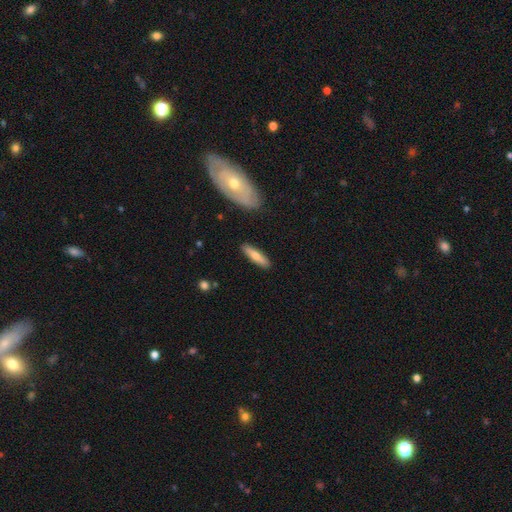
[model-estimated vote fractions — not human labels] smooth-or-featured: smooth: 64% | featured or disk: 30% | star or artifact: 6%
  how-rounded: cigar-shaped: 74% | in between: 24% | round: 2%
  merging: none: 89% | minor disturbance: 8% | major disturbance: 2% | merger: 2%